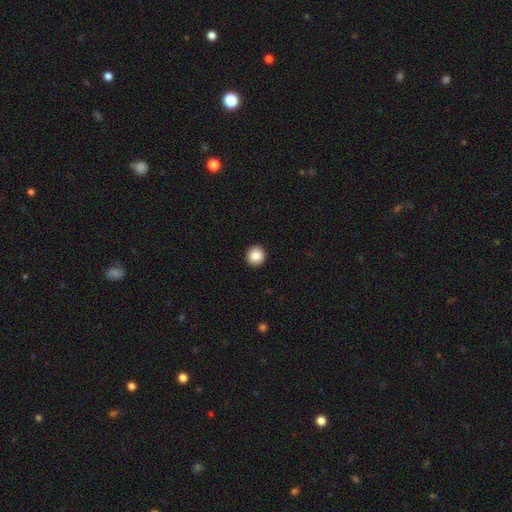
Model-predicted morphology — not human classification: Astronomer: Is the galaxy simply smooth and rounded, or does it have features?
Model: smooth — 87%.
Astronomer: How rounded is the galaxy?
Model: round — 94%.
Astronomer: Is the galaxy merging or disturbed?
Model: none — 93%.